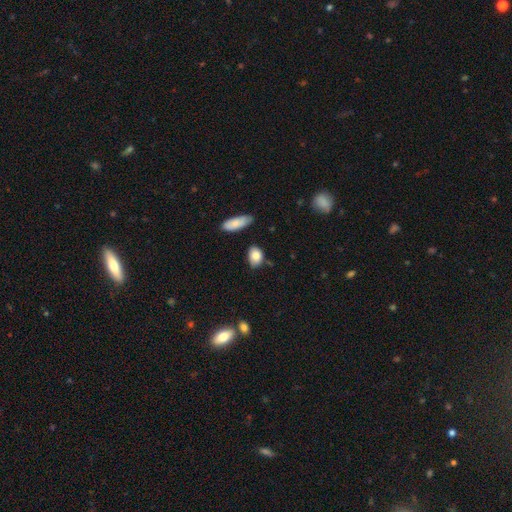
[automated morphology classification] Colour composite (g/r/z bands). It shows a smooth galaxy with no disk features (84%) that is in between round and cigar-shaped (83%). Merging: none (73%).